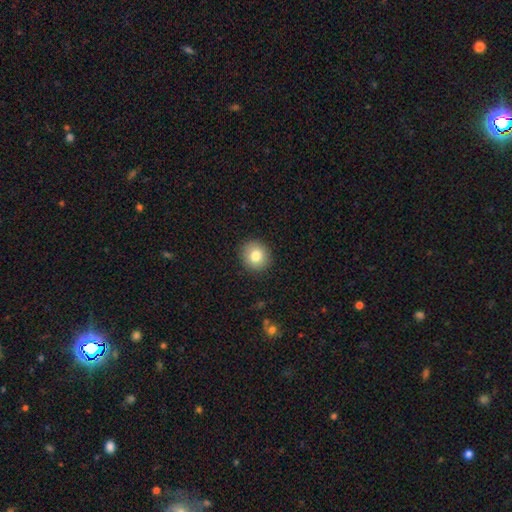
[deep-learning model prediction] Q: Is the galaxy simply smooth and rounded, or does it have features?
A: smooth — 81%.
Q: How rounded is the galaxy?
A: round — 86%.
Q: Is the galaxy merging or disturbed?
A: none — 91%.